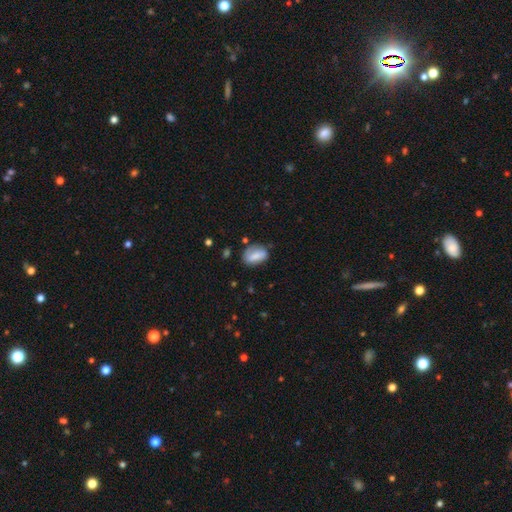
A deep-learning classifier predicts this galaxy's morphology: Smooth or featured? smooth (69%)
How rounded? in between (84%)
Merging? none (66%)